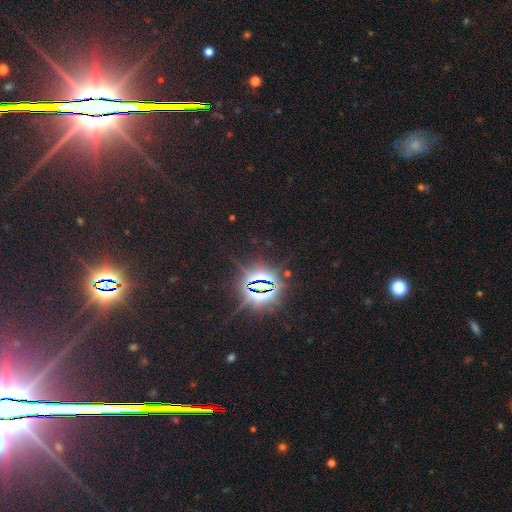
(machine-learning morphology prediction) This is clearly a star or artifact rather than a galaxy (81%).